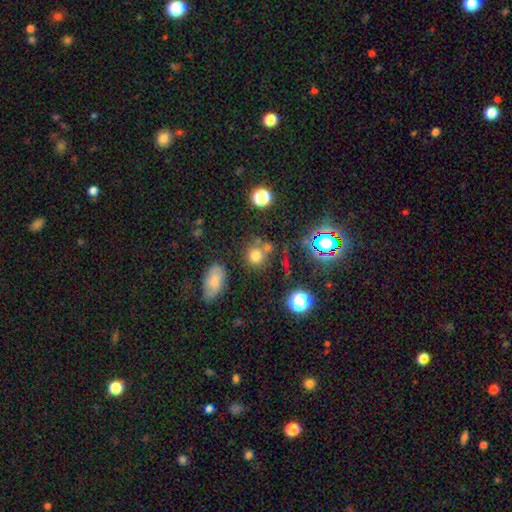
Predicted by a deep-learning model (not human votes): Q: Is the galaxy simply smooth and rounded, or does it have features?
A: smooth — 71%.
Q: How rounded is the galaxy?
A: round — 86%.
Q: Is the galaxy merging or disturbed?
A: none — 63%.